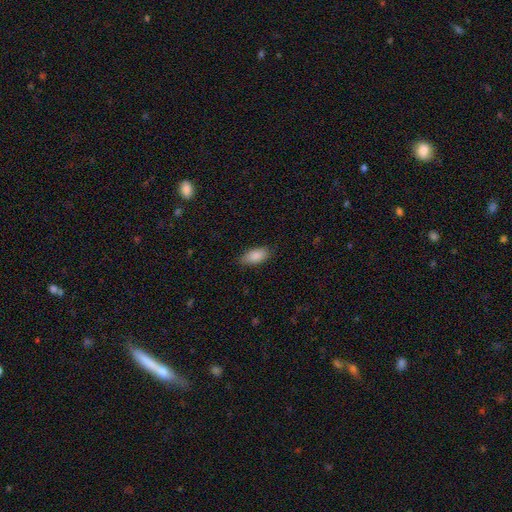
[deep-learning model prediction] This is clearly a smooth galaxy (88%). How rounded: clearly in between (90%). Merging: clearly none (83%).